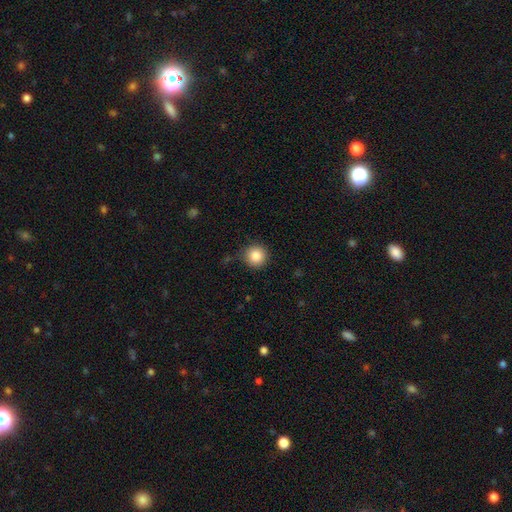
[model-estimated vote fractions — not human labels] smooth-or-featured: smooth: 85% | star or artifact: 10% | featured or disk: 5%
  how-rounded: round: 95% | in between: 4% | cigar-shaped: 1%
  merging: none: 86% | minor disturbance: 10% | major disturbance: 2% | merger: 2%